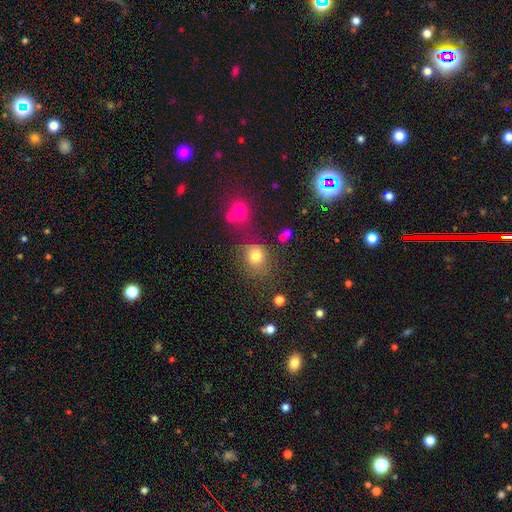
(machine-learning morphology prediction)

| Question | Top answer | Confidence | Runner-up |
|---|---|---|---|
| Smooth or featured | smooth | 76% | star or artifact (16%) |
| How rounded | round | 74% | in between (25%) |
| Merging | none | 66% | minor disturbance (16%) |